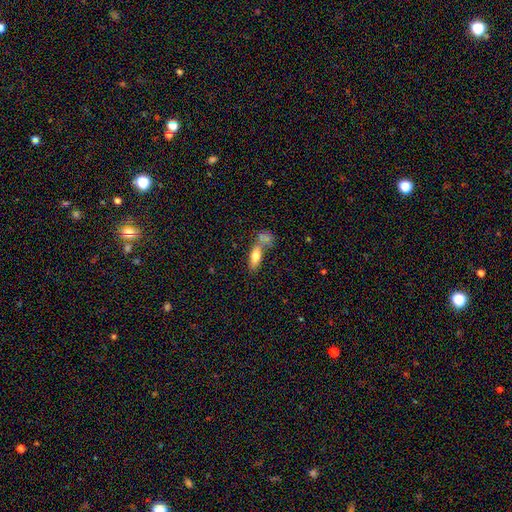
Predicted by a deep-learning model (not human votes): smooth 72%, featured or disk 20%, star or artifact 8%. Down the decision tree: how rounded — in between (67%); merging — none (48%).